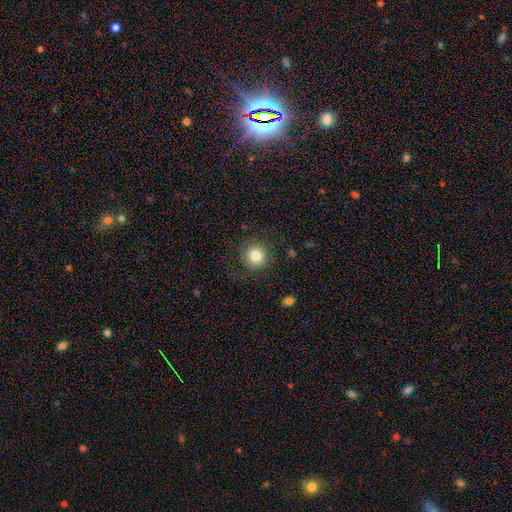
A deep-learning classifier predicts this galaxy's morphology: This is clearly a smooth galaxy (82%). How rounded: clearly round (93%). Merging: clearly none (83%).